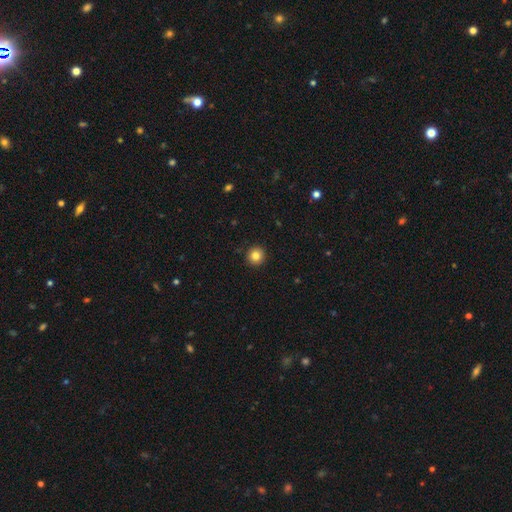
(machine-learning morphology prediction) type=smooth (83%); roundness=round (95%); merging=none (93%).